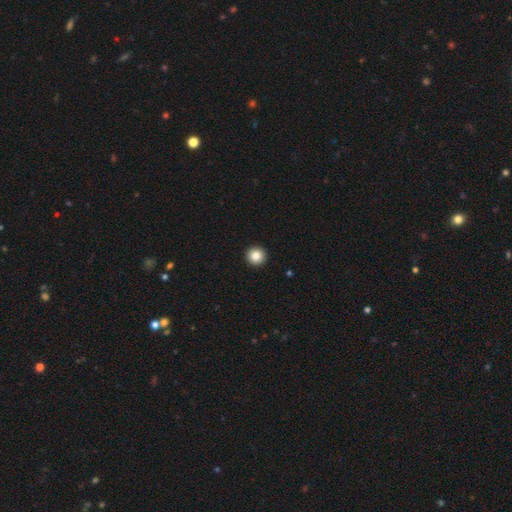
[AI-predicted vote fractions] Smooth or featured? smooth (85%)
How rounded? round (96%)
Merging? none (94%)